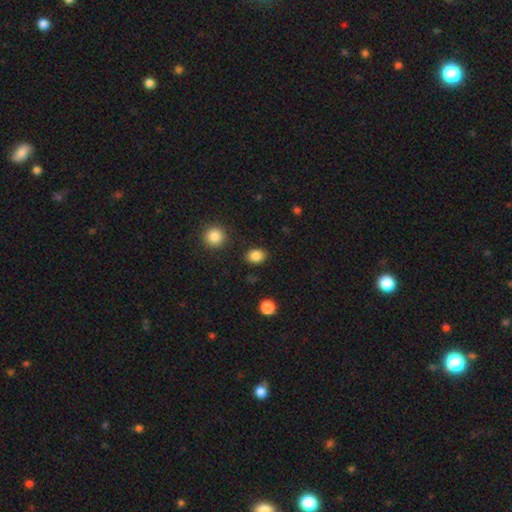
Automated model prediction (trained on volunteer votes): Smooth or featured: smooth — 85% (star or artifact — 10%)
How rounded: in between — 57% (round — 42%)
Merging: none — 87% (minor disturbance — 9%)